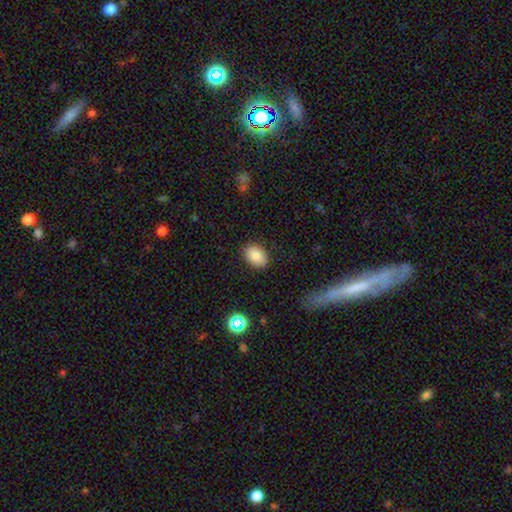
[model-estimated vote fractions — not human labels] smooth-or-featured: smooth: 84% | star or artifact: 9% | featured or disk: 7%
  how-rounded: in between: 78% | round: 20% | cigar-shaped: 1%
  merging: none: 87% | minor disturbance: 10% | major disturbance: 2% | merger: 1%